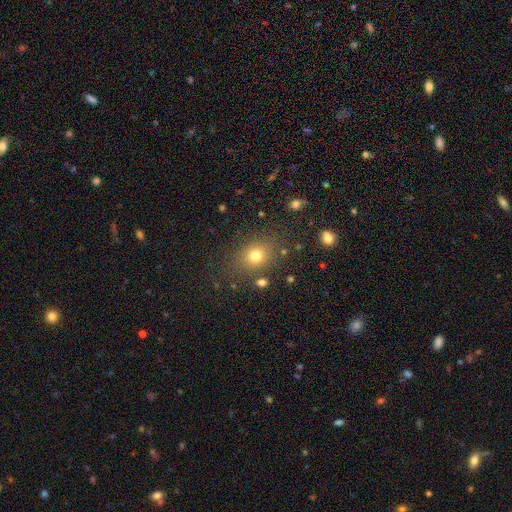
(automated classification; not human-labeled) The model was most divided on "how rounded": round: 57%, in between: 42%, cigar-shaped: 1%. More confident: merging — none (80%); smooth or featured — smooth (75%).